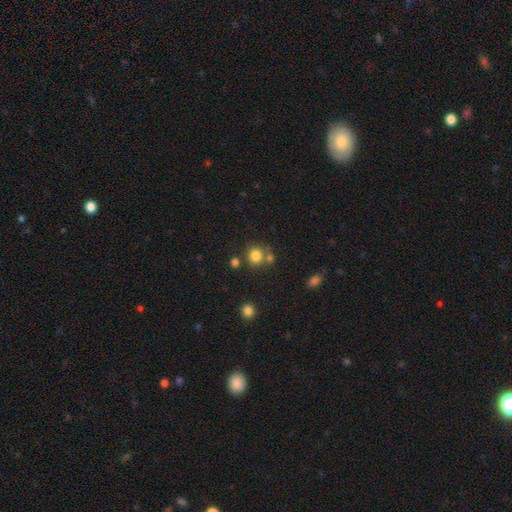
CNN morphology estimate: A smooth galaxy with no disk features (81%) that is round (84%).

Vote fractions:
- Smooth or featured? smooth: 81% / star or artifact: 12% / featured or disk: 7%
- How rounded? round: 84% / in between: 15% / cigar-shaped: 1%
- Merging? none: 64% / merger: 21% / minor disturbance: 10% / major disturbance: 4%